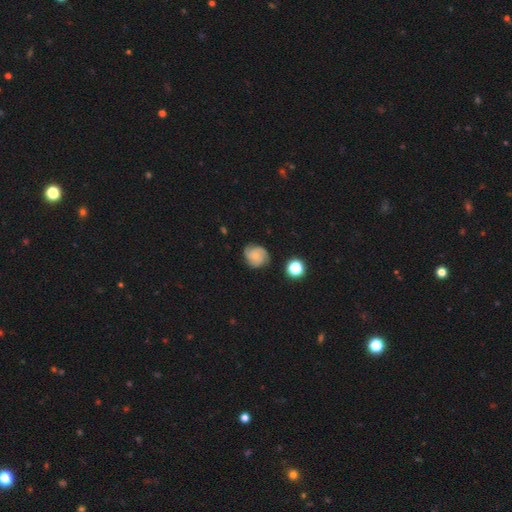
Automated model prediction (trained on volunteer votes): Smooth or featured? Predicted: featured or disk (p=0.59). Edge-on disk? Predicted: no (p=0.98). Bar? Predicted: no (p=0.80). Spiral arms? Predicted: yes (p=0.93). Spiral winding? Predicted: tight (p=0.56). Spiral arm count? Predicted: 3 (p=0.50). Bulge size? Predicted: small (p=0.66). Merging? Predicted: none (p=0.75).